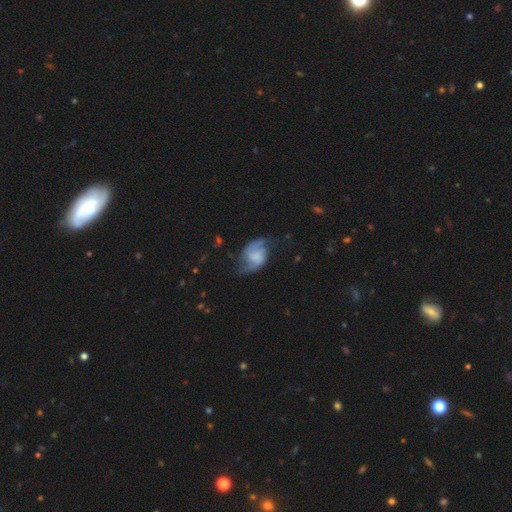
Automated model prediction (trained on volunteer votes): The model was most divided on "spiral winding": loose: 48%, medium: 39%, tight: 13%. More confident: edge-on disk — no (98%); spiral arms — yes (93%); spiral arm count — 2 (90%); smooth or featured — featured or disk (74%); merging — none (60%); bar — no (59%); bulge size — none (53%).